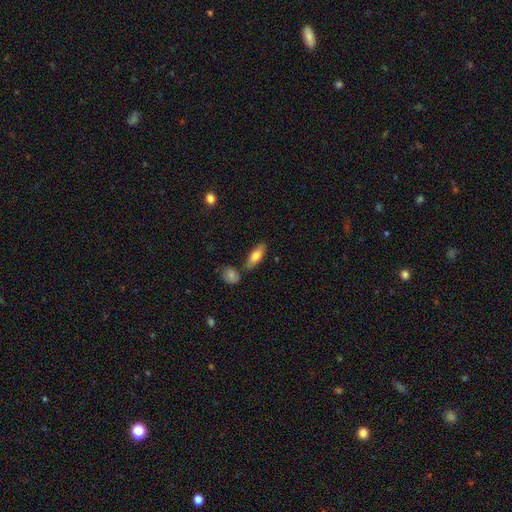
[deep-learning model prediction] smooth_or_featured: smooth (p=0.76) [alt: featured or disk p=0.18]
how_rounded: in between (p=0.68) [alt: cigar-shaped p=0.30]
merging: none (p=0.77) [alt: minor disturbance p=0.12]